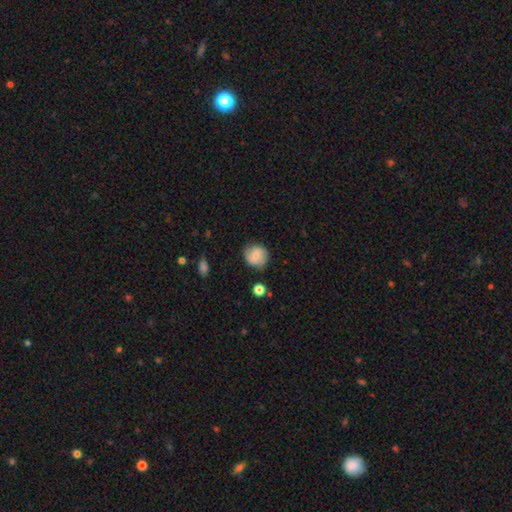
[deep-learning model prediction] smooth 65%, featured or disk 27%, star or artifact 8%. Down the decision tree: how rounded — round (84%); merging — none (73%).